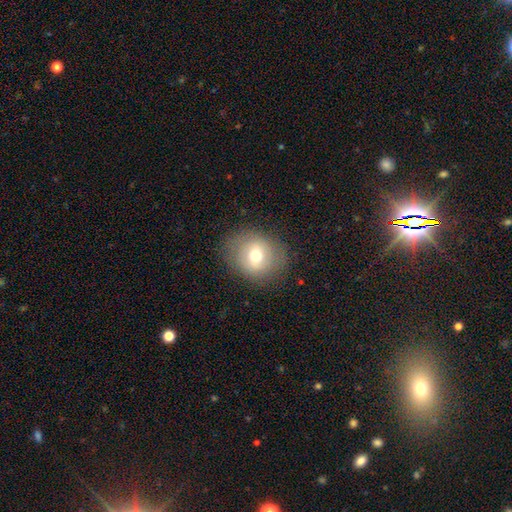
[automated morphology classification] This is likely a smooth galaxy (64%). How rounded: likely round (71%). Merging: clearly none (83%).